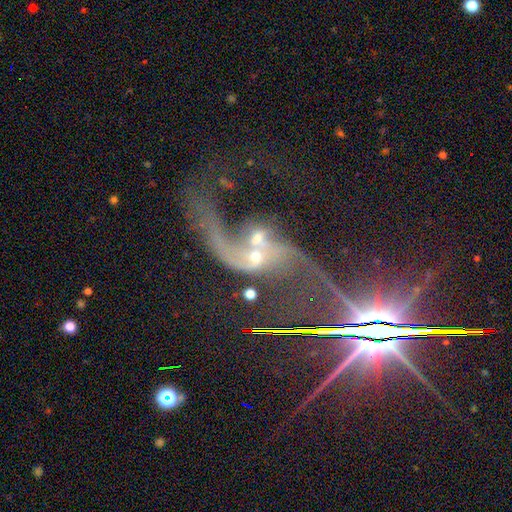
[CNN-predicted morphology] A featured or disk galaxy (75%) with no bar (60%), 2 (83%) loose (86%) spiral arms (86%) and a moderate central bulge (44%, tied with small).

Vote fractions:
- Smooth or featured? featured or disk: 75% / star or artifact: 15% / smooth: 10%
- Edge-on disk? no: 96% / yes: 4%
- Bar? no: 60% / weak: 28% / strong: 12%
- Spiral arms? yes: 86% / no: 14%
- Spiral winding? loose: 86% / medium: 11% / tight: 3%
- Spiral arm count? 2: 83% / 1: 8% / can't tell: 4% / 3: 2% / 4: 1% / more than 4: 1%
- Bulge size? moderate: 44% (tied) / small: 44% (tied) / none: 6% / large: 4% / dominant: 2%
- Merging? merger: 61% / none: 17% / major disturbance: 15% / minor disturbance: 8%